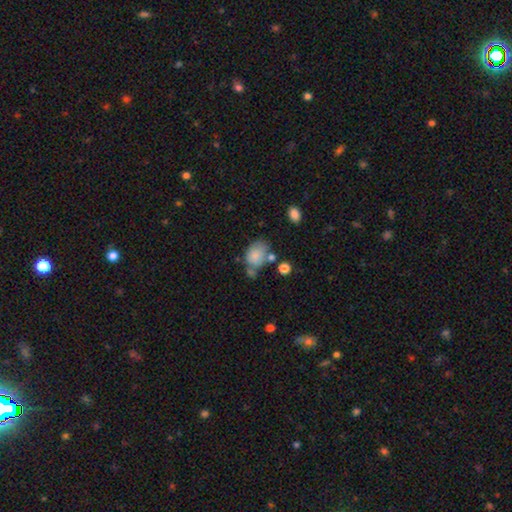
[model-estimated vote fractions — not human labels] This appears to be a smooth galaxy with no disk features (80%) that is in between round and cigar-shaped (74%). Merging: none (42%).